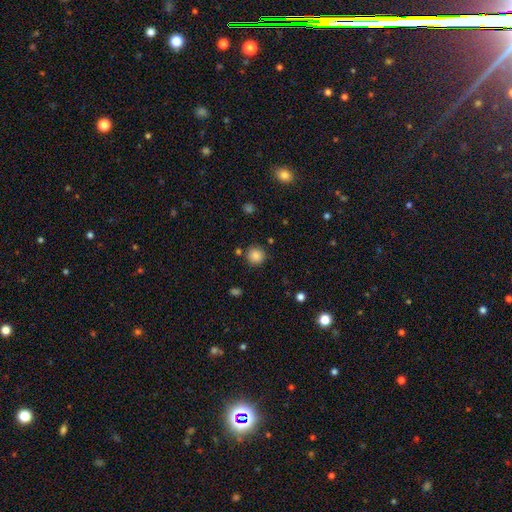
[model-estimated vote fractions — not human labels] This is clearly a smooth galaxy (85%). How rounded: clearly round (93%). Merging: clearly none (84%).